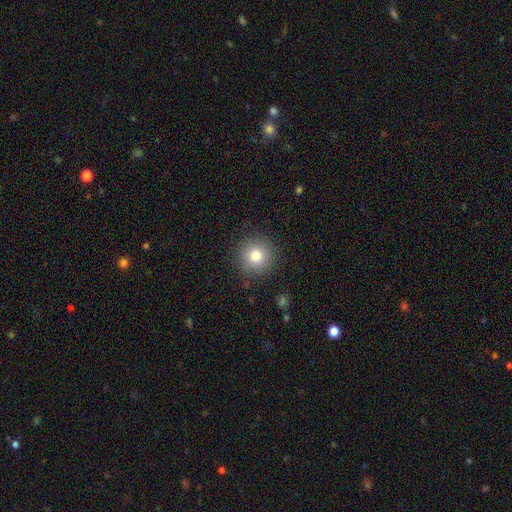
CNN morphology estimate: Smooth or featured: smooth — 81% (star or artifact — 11%)
How rounded: round — 94% (in between — 5%)
Merging: none — 88% (minor disturbance — 8%)